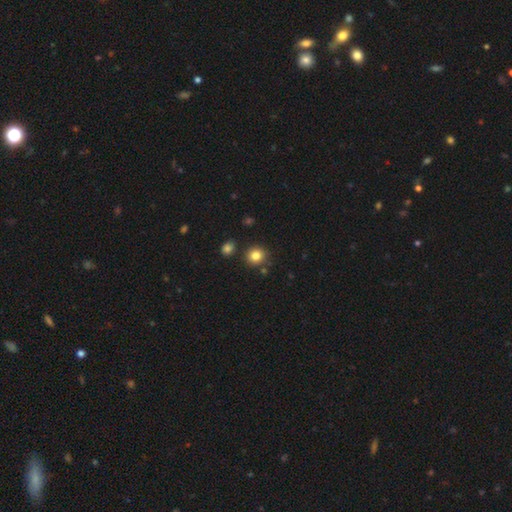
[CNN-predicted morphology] type=smooth (83%); roundness=round (89%); merging=none (84%).